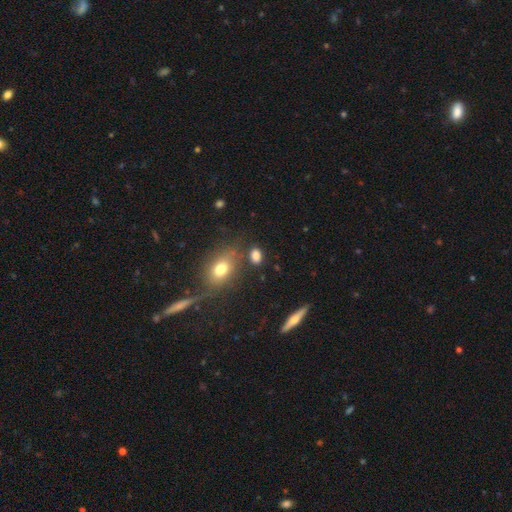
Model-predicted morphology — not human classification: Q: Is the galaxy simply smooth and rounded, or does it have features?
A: smooth — 81%.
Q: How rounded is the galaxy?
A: in between — 79%.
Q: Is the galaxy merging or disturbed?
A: none — 75%.